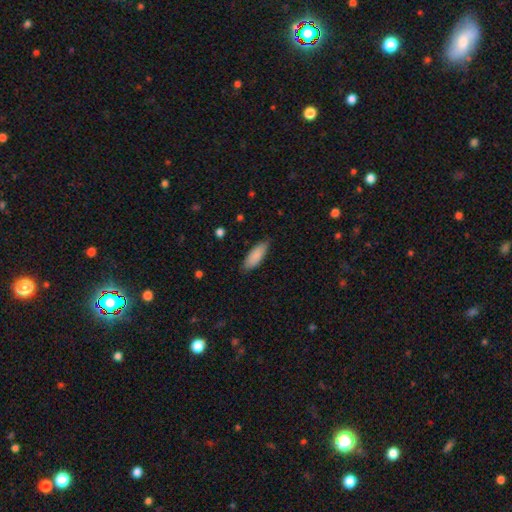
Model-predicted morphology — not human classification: A smooth galaxy with no disk features (87%) that is in between round and cigar-shaped (73%). Merging: none (82%).